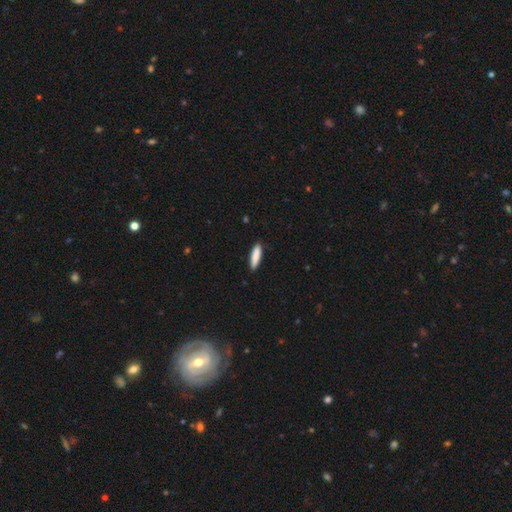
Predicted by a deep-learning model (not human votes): smooth 87%, featured or disk 8%, star or artifact 6%. Down the decision tree: how rounded — cigar-shaped (68%); merging — none (87%).